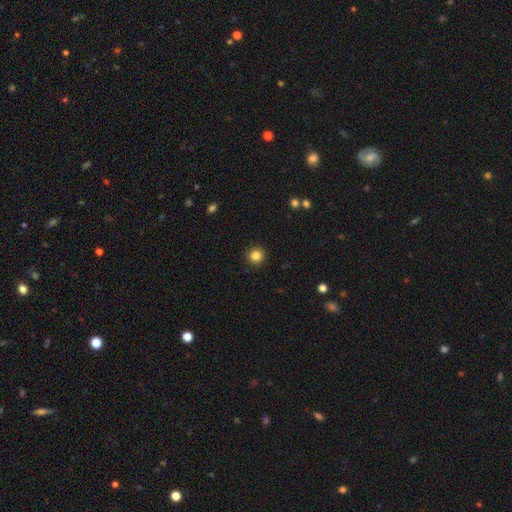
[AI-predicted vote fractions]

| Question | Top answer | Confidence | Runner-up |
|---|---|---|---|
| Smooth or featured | smooth | 84% | star or artifact (11%) |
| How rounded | round | 93% | in between (6%) |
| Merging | none | 92% | minor disturbance (5%) |